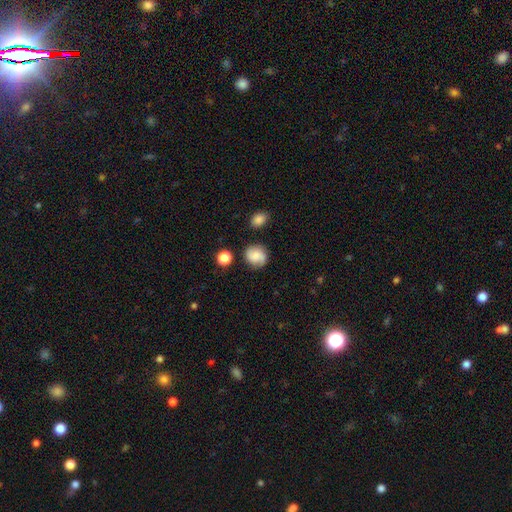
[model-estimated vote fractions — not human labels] Overall: smooth (55%; featured or disk 35%). How rounded: round (80%). Merging: none (76%).